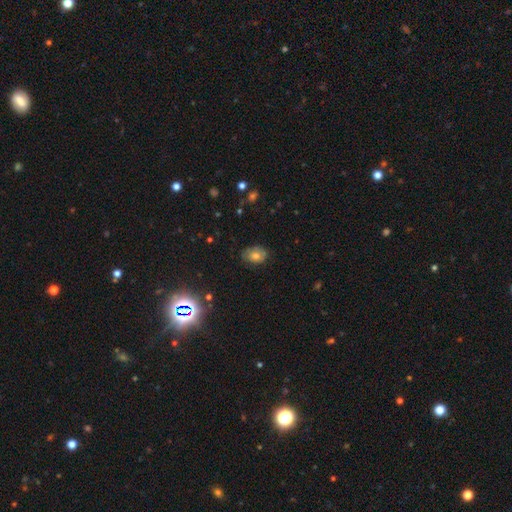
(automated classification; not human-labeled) A smooth galaxy with no disk features (63%) that is in between round and cigar-shaped (67%). Merging: none (74%).